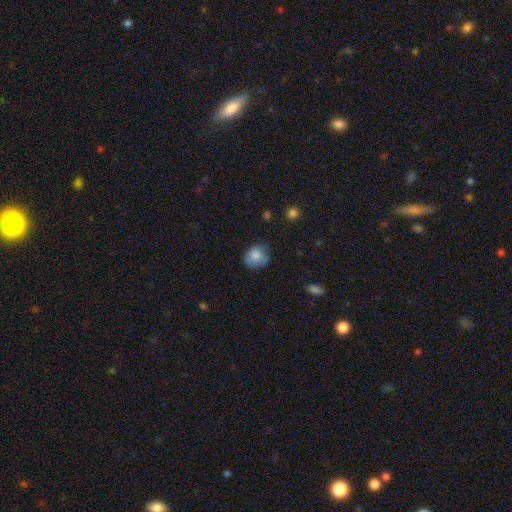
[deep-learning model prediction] Smooth or featured: smooth — 81% (featured or disk — 10%)
How rounded: round — 73% (in between — 26%)
Merging: none — 64% (minor disturbance — 26%)